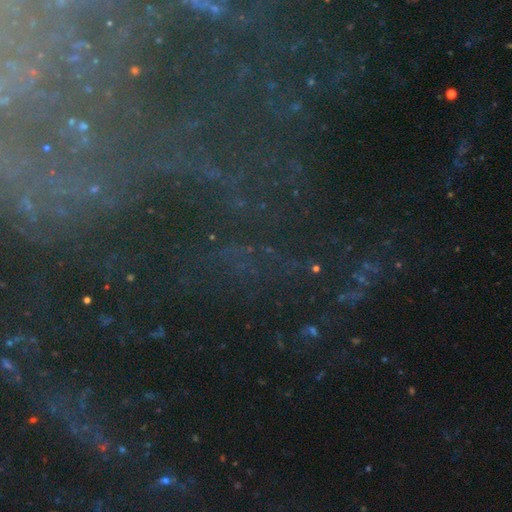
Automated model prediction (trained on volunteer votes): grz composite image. It shows a star or artifact, not a galaxy (69%).